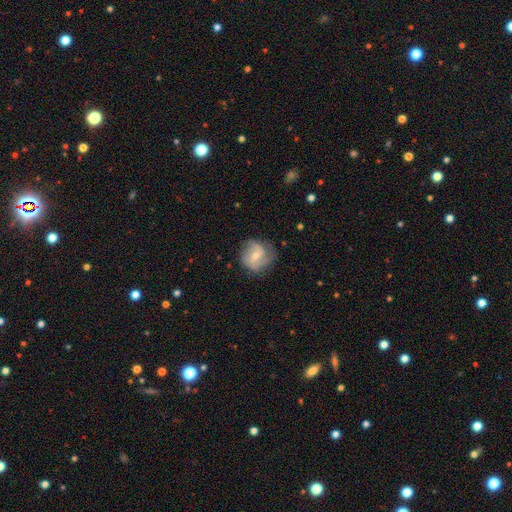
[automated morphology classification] smooth_or_featured: featured or disk (p=0.58) [alt: smooth p=0.35]
disk_edge_on: no (p=0.97) [alt: yes p=0.03]
bar: weak (p=0.44) [alt: no p=0.41]
has_spiral_arms: yes (p=0.82) [alt: no p=0.18]
bulge_size: moderate (p=0.49) [alt: small p=0.47]
merging: none (p=0.68) [alt: minor disturbance p=0.22]